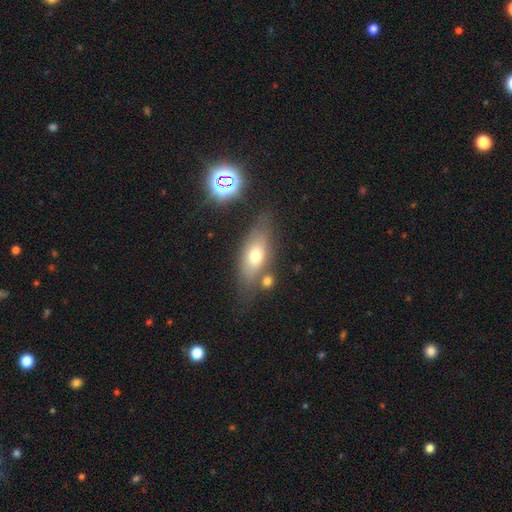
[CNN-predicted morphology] Smooth or featured? smooth (63%)
How rounded? in between (75%)
Merging? none (63%)